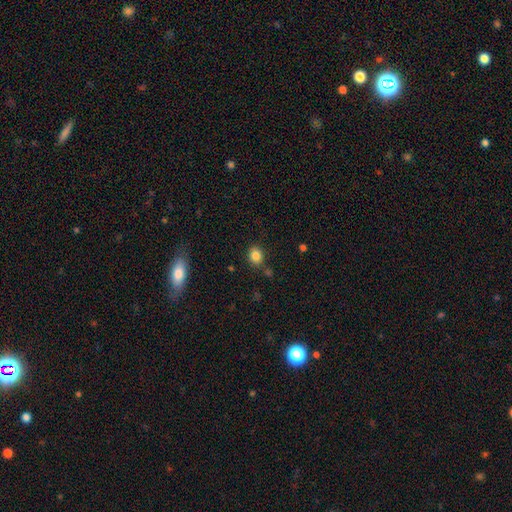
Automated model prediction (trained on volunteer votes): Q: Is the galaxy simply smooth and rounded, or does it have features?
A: smooth — 84%.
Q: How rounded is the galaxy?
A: round — 60%.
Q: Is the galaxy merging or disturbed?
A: none — 80%.